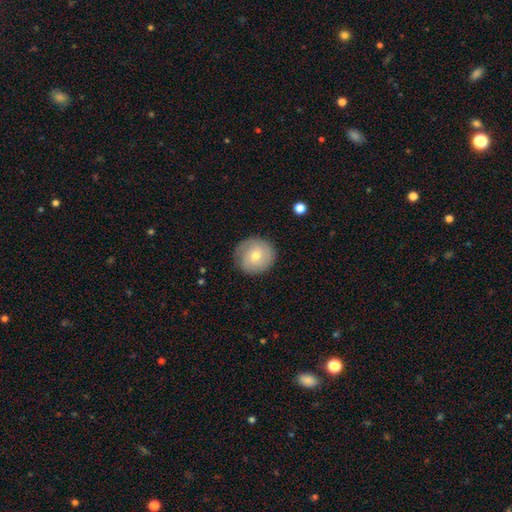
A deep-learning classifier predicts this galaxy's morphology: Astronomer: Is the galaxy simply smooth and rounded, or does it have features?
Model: smooth — 61%.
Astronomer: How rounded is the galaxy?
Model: round — 91%.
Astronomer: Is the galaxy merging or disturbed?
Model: none — 84%.